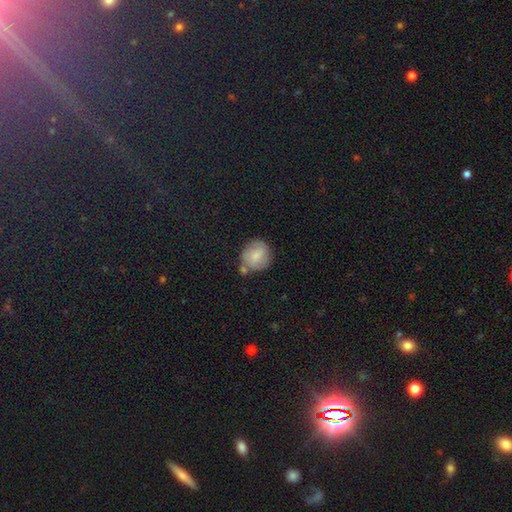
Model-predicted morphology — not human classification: smooth_or_featured: smooth (p=0.75) [alt: featured or disk p=0.18]
how_rounded: round (p=0.85) [alt: in between p=0.14]
merging: none (p=0.62) [alt: minor disturbance p=0.18]